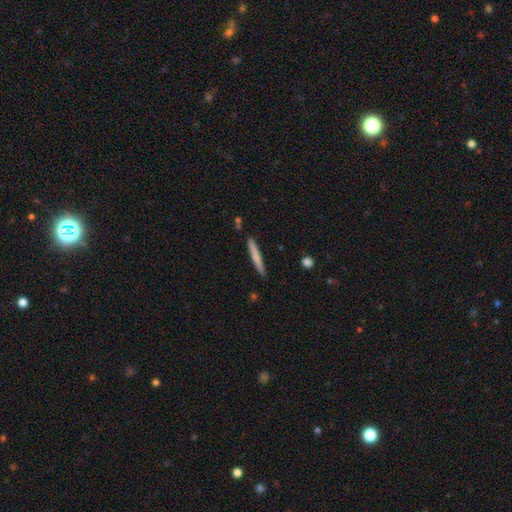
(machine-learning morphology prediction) Overall: smooth (69%). How rounded: cigar-shaped (96%). Merging: none (89%).